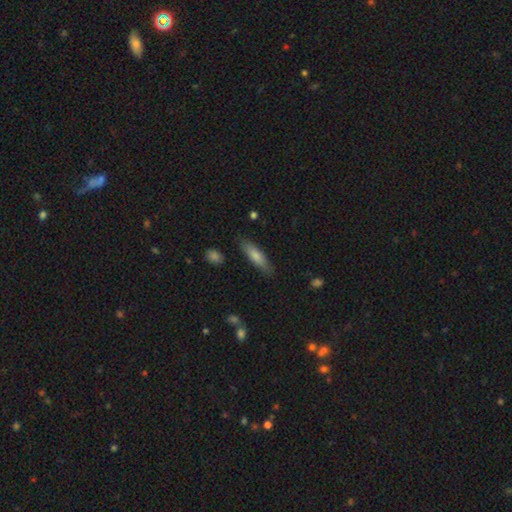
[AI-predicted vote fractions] This appears to be a smooth galaxy with no disk features (76%) that is cigar-shaped (61%). Merging: none (83%).